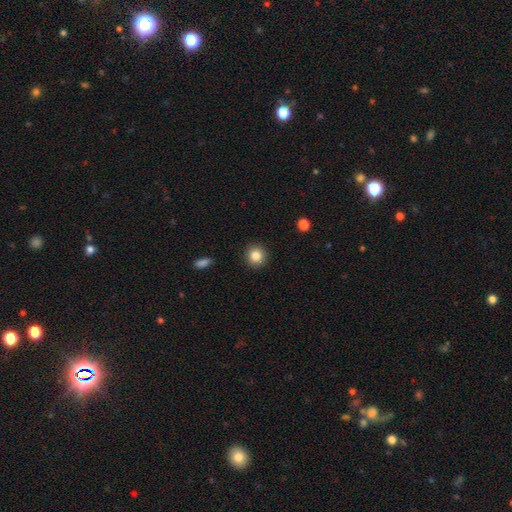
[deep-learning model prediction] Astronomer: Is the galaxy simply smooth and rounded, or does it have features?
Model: smooth — 84%.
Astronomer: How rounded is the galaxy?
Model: round — 91%.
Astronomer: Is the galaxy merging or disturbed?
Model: none — 91%.